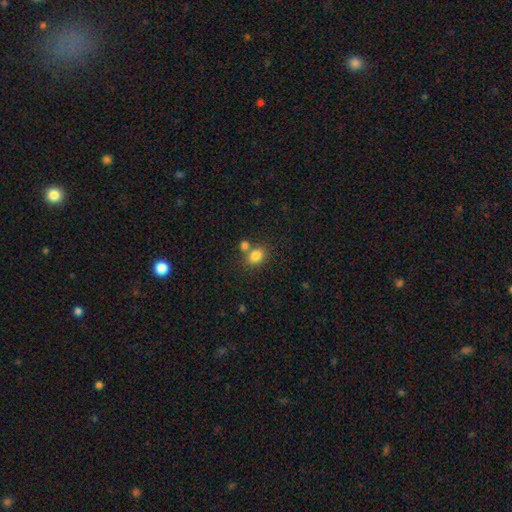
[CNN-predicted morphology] This appears to be a smooth galaxy with no disk features (83%) that is in between round and cigar-shaped (52%). Merging: none (59%).